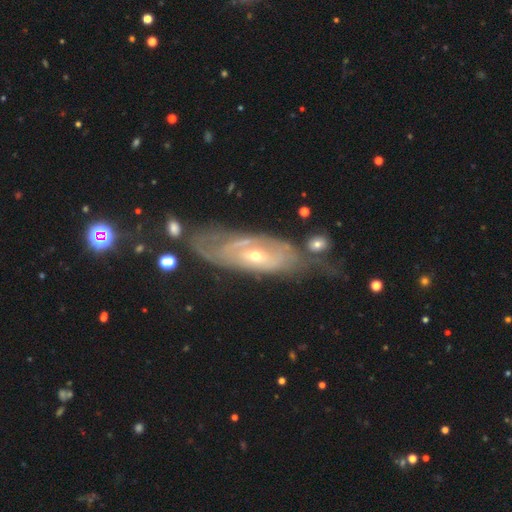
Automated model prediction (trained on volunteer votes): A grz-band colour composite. It shows a featured or disk galaxy (77%) with no bar (63%), spiral arms (72%) and a small central bulge (51%). Merging: none (42%).